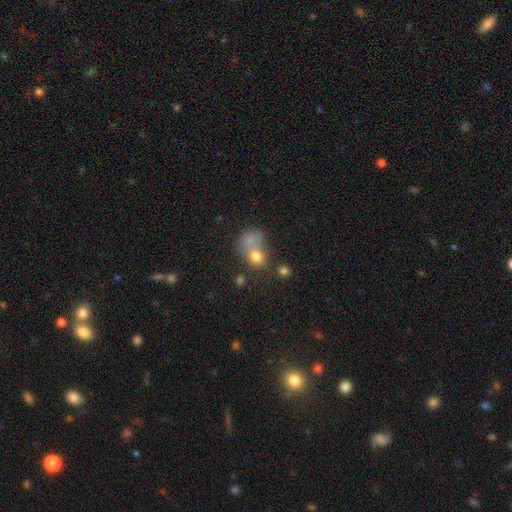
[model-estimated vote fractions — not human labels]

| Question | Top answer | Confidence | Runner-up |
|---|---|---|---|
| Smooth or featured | smooth | 62% | star or artifact (20%) |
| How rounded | round | 60% | in between (38%) |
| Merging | merger | 45% | none (30%) |